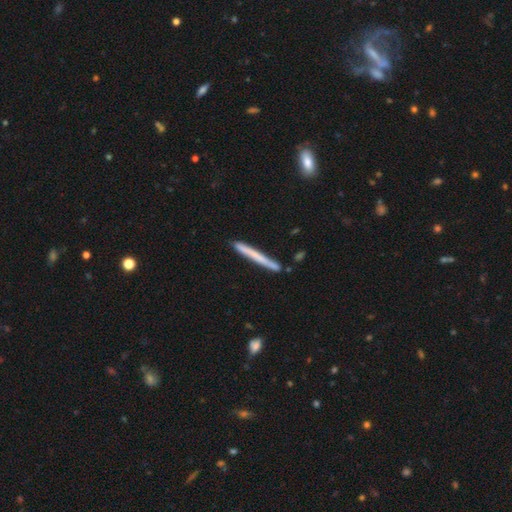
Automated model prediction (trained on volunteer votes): Overall: smooth (59%; featured or disk 35%). How rounded: cigar-shaped (97%). Merging: none (85%).